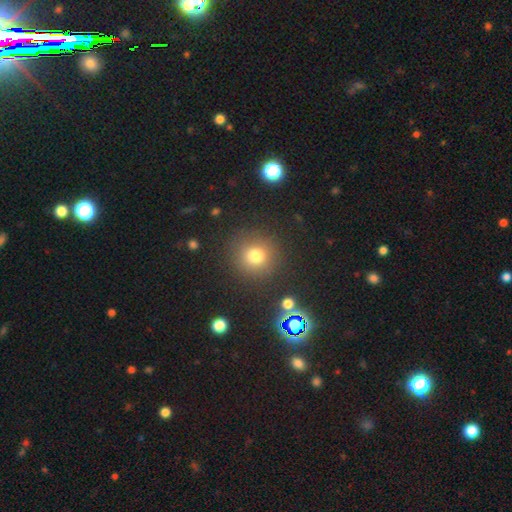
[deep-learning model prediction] Smooth or featured? smooth (75%)
How rounded? round (92%)
Merging? none (87%)